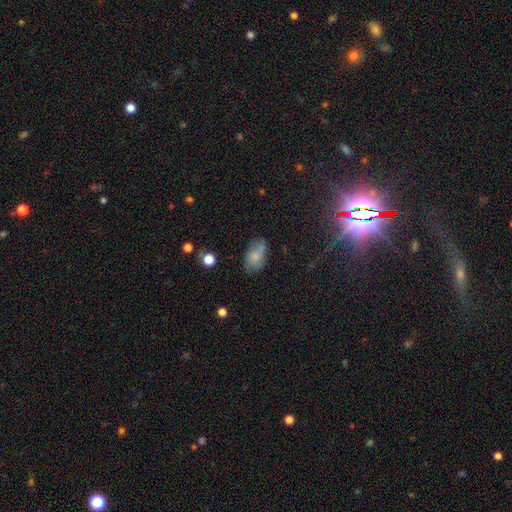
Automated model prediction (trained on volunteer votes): The model was most divided on "merging": none: 66%, minor disturbance: 23%, major disturbance: 7%, merger: 4%. More confident: how rounded — in between (90%); smooth or featured — smooth (67%).